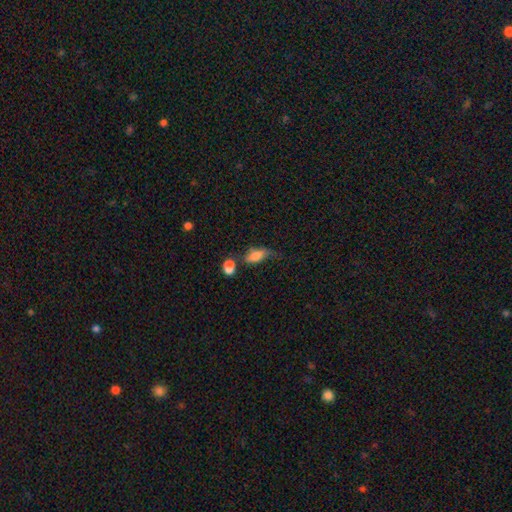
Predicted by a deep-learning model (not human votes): smooth-or-featured: smooth: 71% | featured or disk: 19% | star or artifact: 9%
  how-rounded: in between: 82% | cigar-shaped: 12% | round: 6%
  merging: none: 30% | minor disturbance: 28% | major disturbance: 22% | merger: 21%